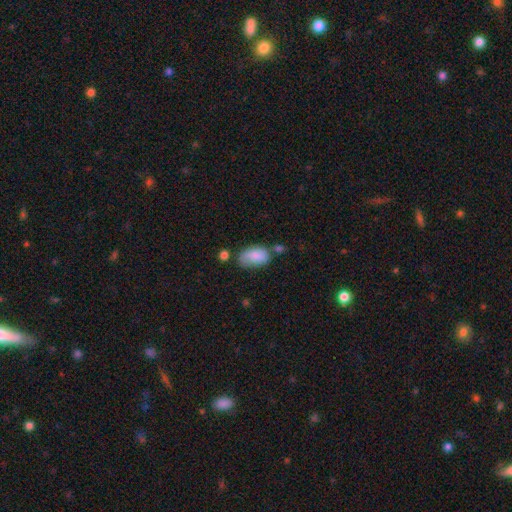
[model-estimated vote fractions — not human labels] Smooth or featured? smooth (83%)
How rounded? in between (93%)
Merging? none (44%)